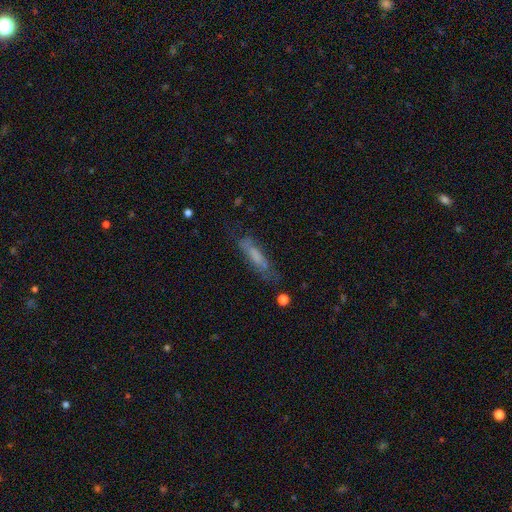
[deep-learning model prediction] Smooth or featured: smooth — 53% (featured or disk — 37%)
How rounded: cigar-shaped — 74% (in between — 25%)
Merging: none — 59% (minor disturbance — 24%)